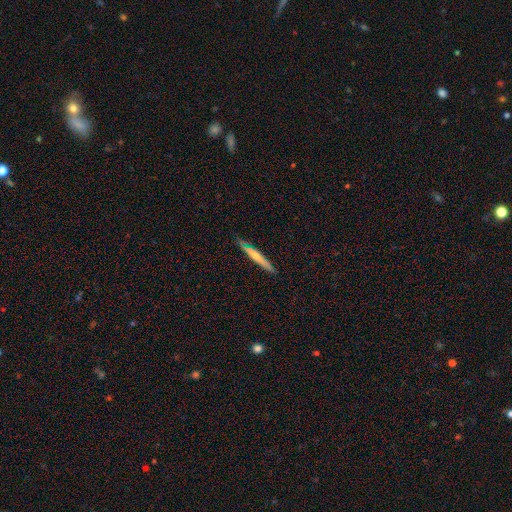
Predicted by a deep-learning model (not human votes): This is possibly a smooth galaxy (50%). Merging: clearly none (84%).